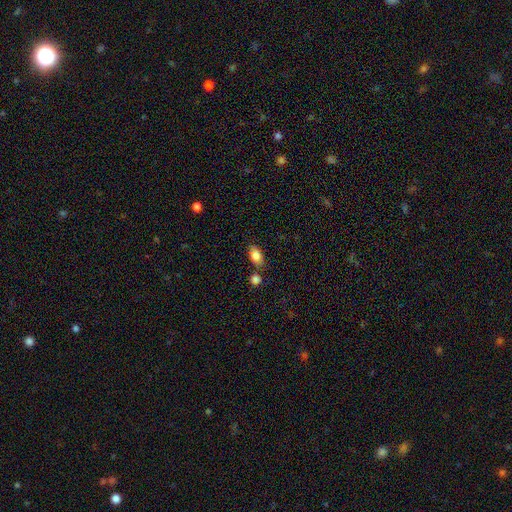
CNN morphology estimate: Smooth or featured: smooth — 84% (star or artifact — 8%)
How rounded: in between — 86% (round — 11%)
Merging: none — 72% (minor disturbance — 13%)